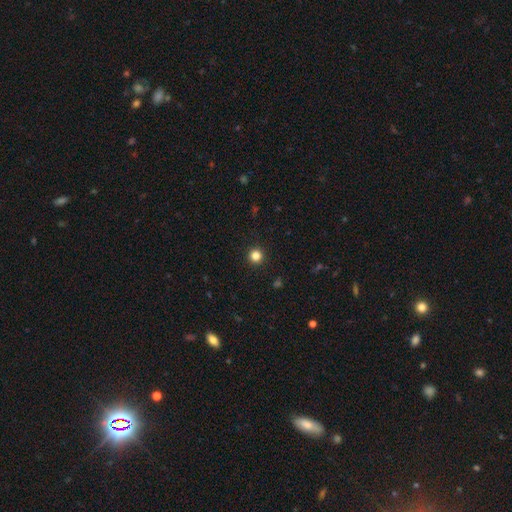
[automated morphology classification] smooth_or_featured: smooth (p=0.83) [alt: star or artifact p=0.13]
how_rounded: round (p=0.96) [alt: in between p=0.03]
merging: none (p=0.93) [alt: minor disturbance p=0.04]